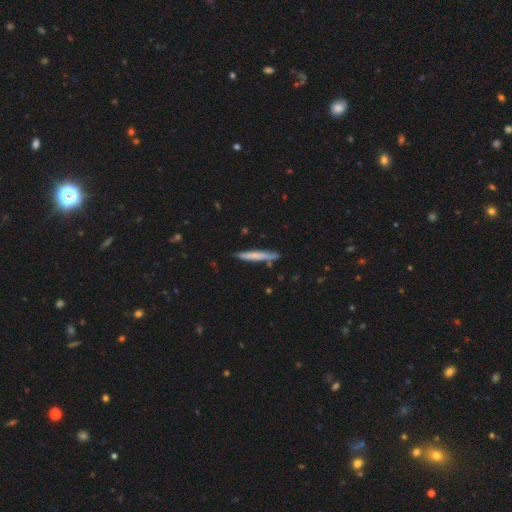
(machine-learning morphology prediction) Smooth or featured?
  - smooth: 65% *
  - featured or disk: 30%
  - star or artifact: 6%
How rounded?
  - cigar-shaped: 95% *
  - in between: 3%
  - round: 1%
Merging?
  - none: 82% *
  - minor disturbance: 13%
  - merger: 3%
  - major disturbance: 2%